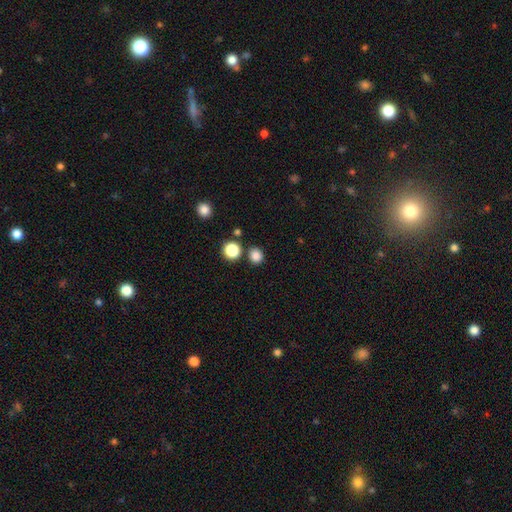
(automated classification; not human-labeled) Morphology: type=smooth (83%); roundness=round (86%); merging=none (83%).